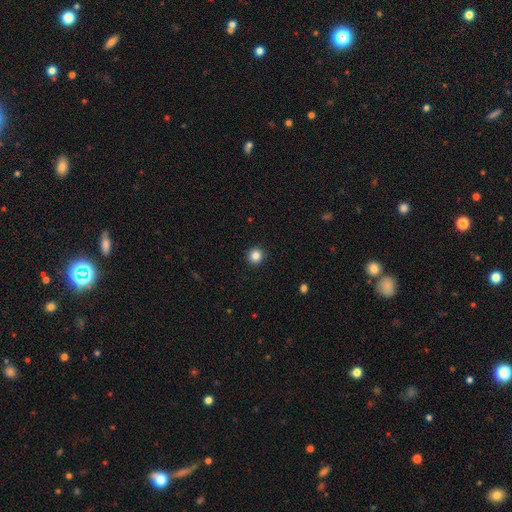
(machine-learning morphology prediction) Overall: smooth (85%). How rounded: round (93%). Merging: none (93%).